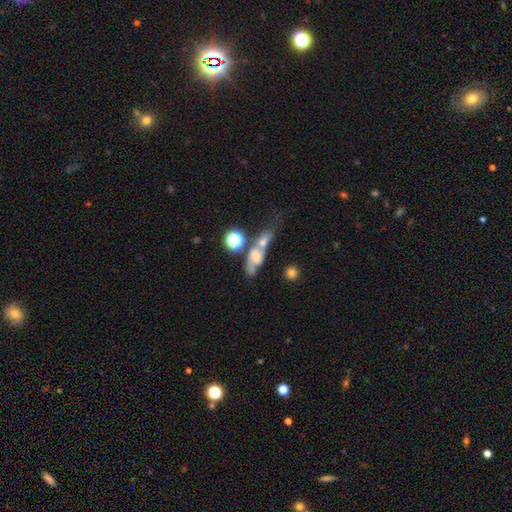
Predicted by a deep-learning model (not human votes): Smooth or featured?
  - smooth: 41% *
  - featured or disk: 40%
  - star or artifact: 19%
Merging?
  - none: 35% *
  - merger: 31%
  - major disturbance: 17%
  - minor disturbance: 16%